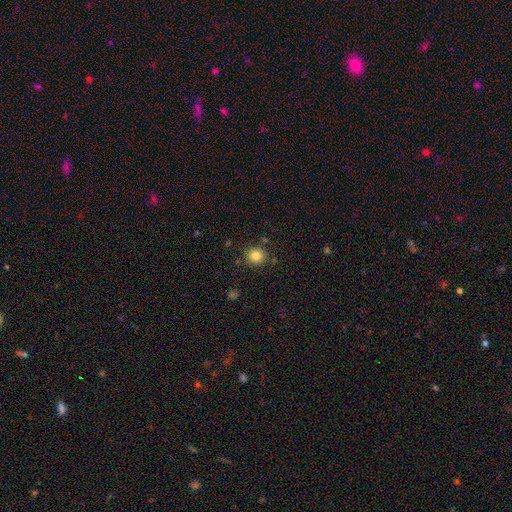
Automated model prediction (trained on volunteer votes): Smooth or featured?
  - smooth: 83% *
  - star or artifact: 11%
  - featured or disk: 6%
How rounded?
  - round: 85% *
  - in between: 14%
  - cigar-shaped: 1%
Merging?
  - none: 85% *
  - minor disturbance: 9%
  - merger: 3%
  - major disturbance: 3%